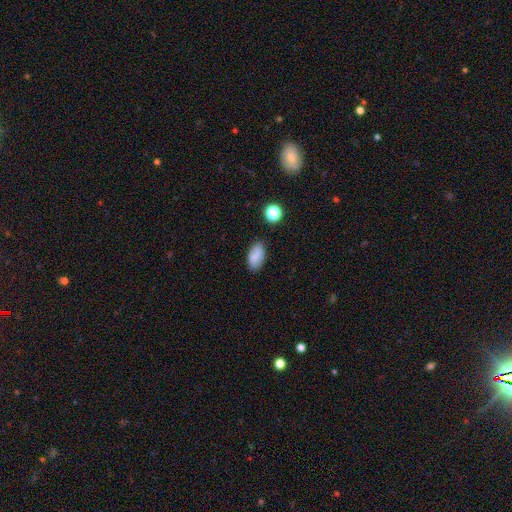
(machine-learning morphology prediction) Overall: smooth (84%). How rounded: in between (92%). Merging: none (79%).